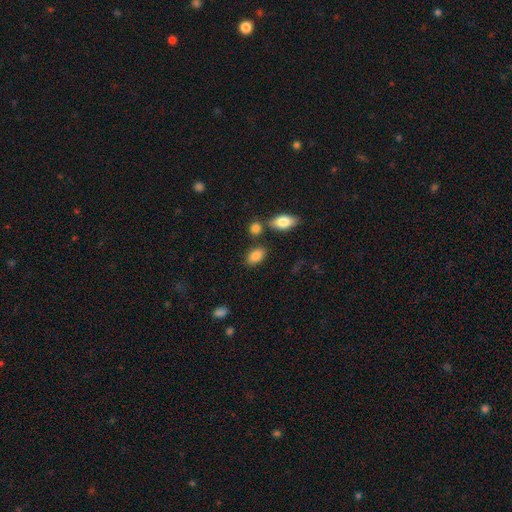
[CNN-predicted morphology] This is clearly a smooth galaxy (86%). How rounded: clearly in between (90%). Merging: likely none (78%).